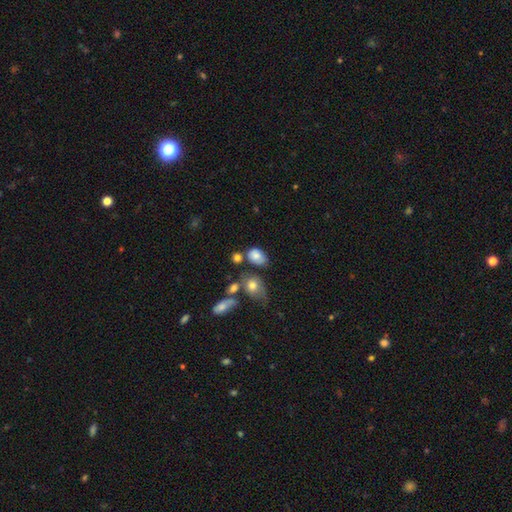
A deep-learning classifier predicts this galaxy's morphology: Smooth or featured: smooth — 77% (featured or disk — 13%)
How rounded: in between — 77% (round — 22%)
Merging: none — 48% (minor disturbance — 23%)